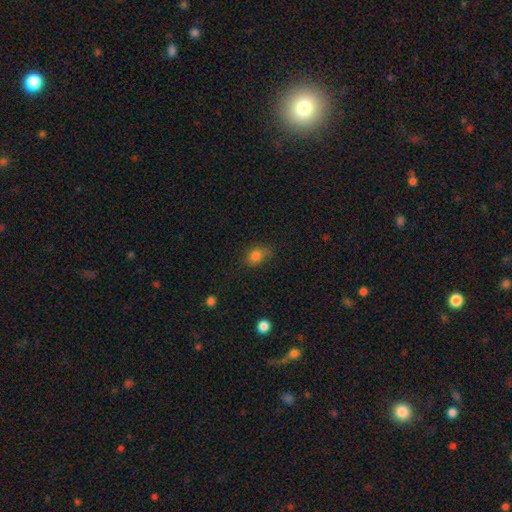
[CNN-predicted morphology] Q: Smooth or featured?
A: smooth (80%); runner-up: star or artifact (12%)
Q: How rounded?
A: in between (61%); runner-up: round (38%)
Q: Merging?
A: none (61%); runner-up: minor disturbance (28%)